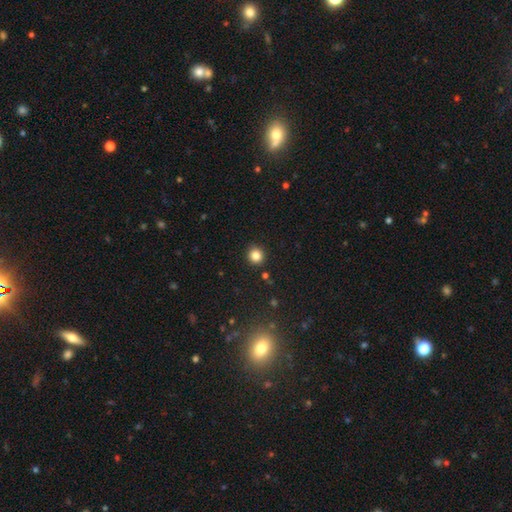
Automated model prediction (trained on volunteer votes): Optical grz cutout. It shows a smooth galaxy with no disk features (83%) that is round (91%). Merging: none (91%).